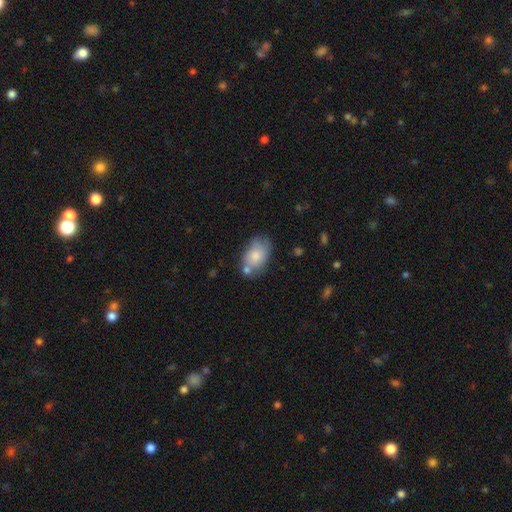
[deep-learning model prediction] The model was most divided on "merging": none: 57%, minor disturbance: 22%, merger: 14%, major disturbance: 6%. More confident: how rounded — in between (88%); smooth or featured — smooth (78%).